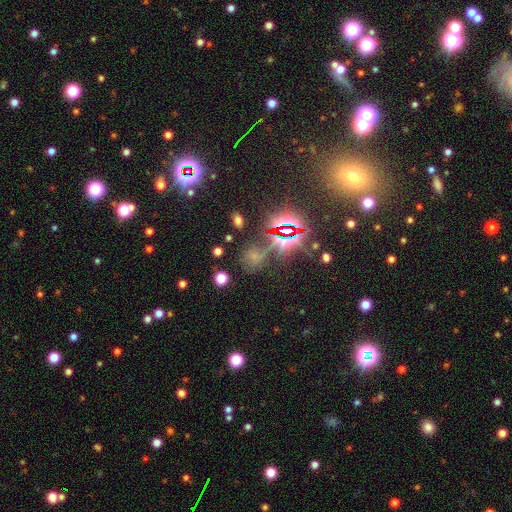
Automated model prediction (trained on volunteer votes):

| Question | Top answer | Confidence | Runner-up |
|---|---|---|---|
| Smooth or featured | star or artifact | 55% | smooth (32%) |